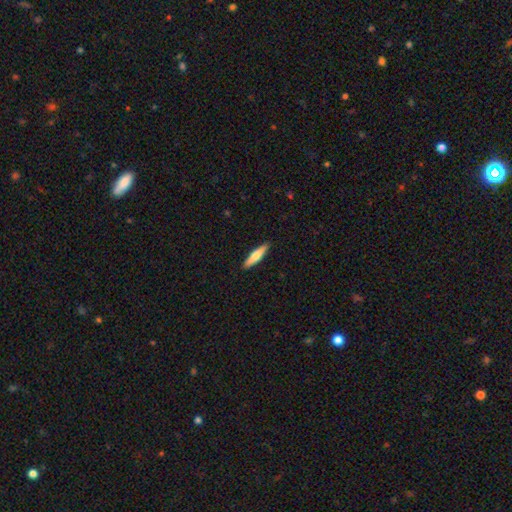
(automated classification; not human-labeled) Q: Smooth or featured?
A: smooth (62%); runner-up: featured or disk (32%)
Q: How rounded?
A: cigar-shaped (83%); runner-up: in between (16%)
Q: Merging?
A: none (91%); runner-up: minor disturbance (7%)